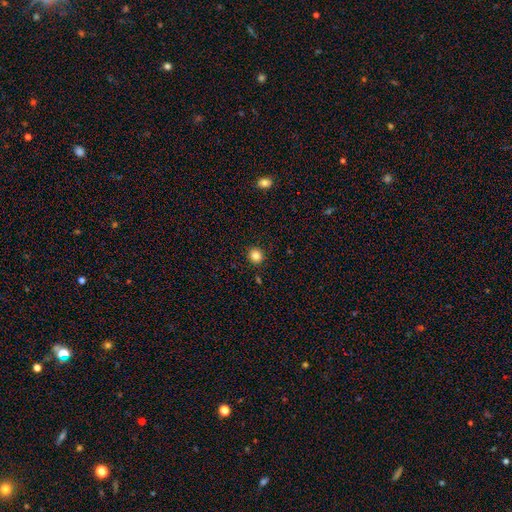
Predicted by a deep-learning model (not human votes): Smooth or featured? Predicted: smooth (p=0.85). How rounded? Predicted: round (p=0.89). Merging? Predicted: none (p=0.90).